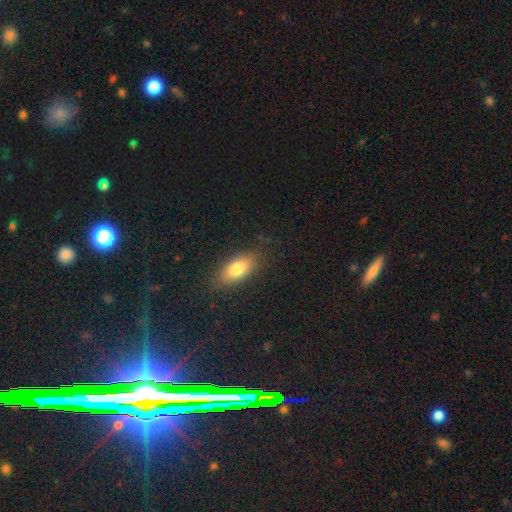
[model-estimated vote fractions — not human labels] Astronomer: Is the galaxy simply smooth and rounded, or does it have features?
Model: smooth — 65%.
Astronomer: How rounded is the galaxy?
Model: in between — 84%.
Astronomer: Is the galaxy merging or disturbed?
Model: none — 88%.